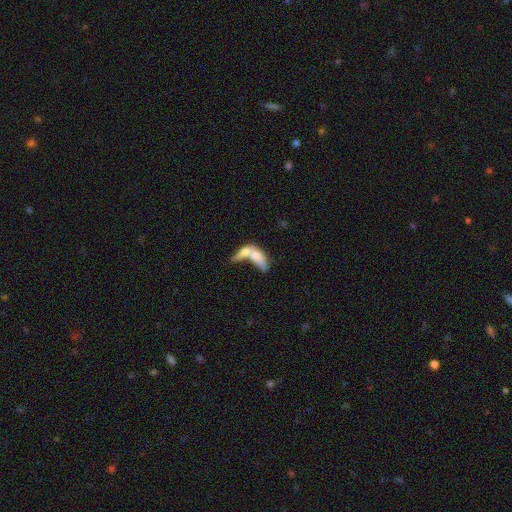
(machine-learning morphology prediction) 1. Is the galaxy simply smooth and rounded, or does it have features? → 62% smooth, 30% featured or disk, 8% star or artifact.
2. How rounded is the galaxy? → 71% in between, 24% cigar-shaped, 5% round.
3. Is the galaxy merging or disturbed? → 70% merger, 12% none, 12% major disturbance, 7% minor disturbance.